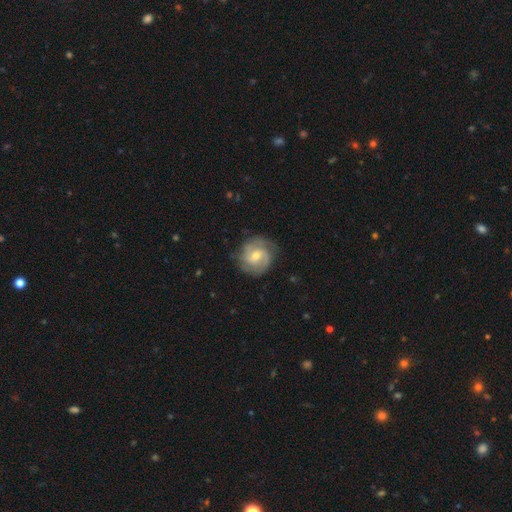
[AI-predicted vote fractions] This is clearly a featured or disk galaxy (80%). It is clearly not viewed edge-on (98%). Bar: possibly weak (47%). Spiral arm pattern: clearly yes (95%). Spiral arm count: likely 2 (63%). Spiral winding: possibly medium (46%). Central bulge: possibly moderate (50%). Merging: likely none (80%).